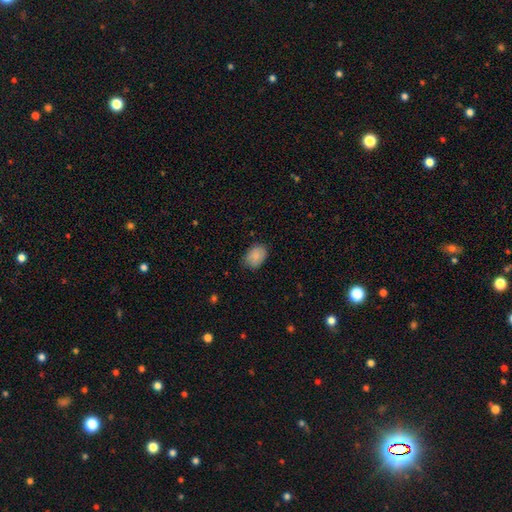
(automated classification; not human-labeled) Smooth or featured? Predicted: smooth (p=0.86). How rounded? Predicted: in between (p=0.77). Merging? Predicted: none (p=0.79).